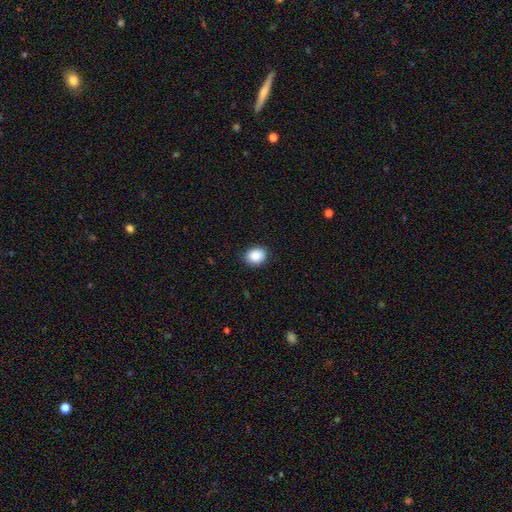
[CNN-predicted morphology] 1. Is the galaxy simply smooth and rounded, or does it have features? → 89% smooth, 8% star or artifact, 3% featured or disk.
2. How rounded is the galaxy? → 52% round, 47% in between, 1% cigar-shaped.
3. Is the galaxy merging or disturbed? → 87% none, 9% minor disturbance, 2% major disturbance, 1% merger.